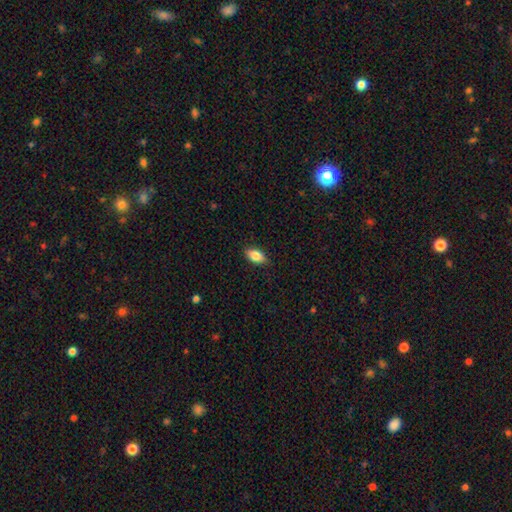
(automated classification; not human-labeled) Smooth or featured?
  - smooth: 84% *
  - featured or disk: 8%
  - star or artifact: 7%
How rounded?
  - in between: 90% *
  - round: 6%
  - cigar-shaped: 4%
Merging?
  - none: 86% *
  - minor disturbance: 11%
  - major disturbance: 2%
  - merger: 1%